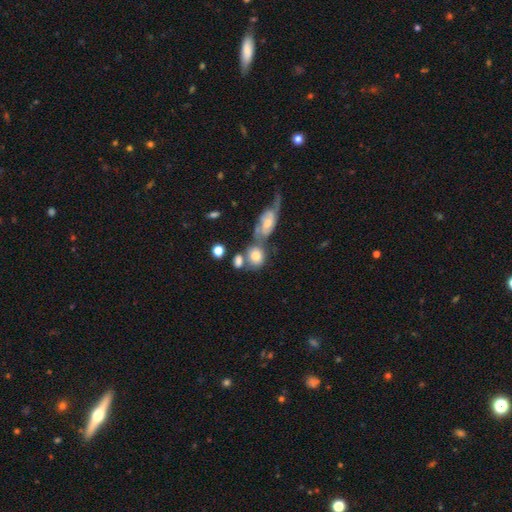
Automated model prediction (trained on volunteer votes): smooth 68%, featured or disk 23%, star or artifact 9%. Down the decision tree: how rounded — round (49%, tied with in between); merging — merger (47%).